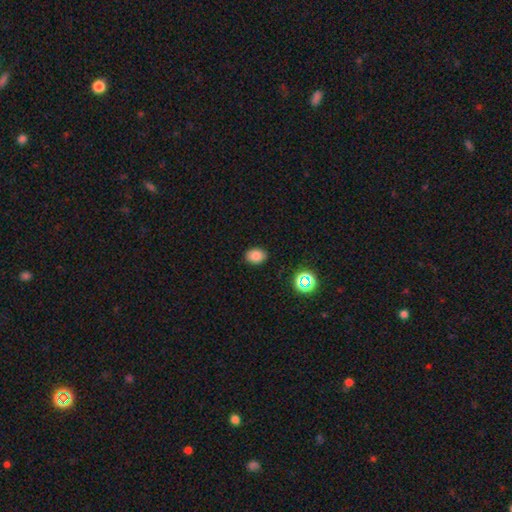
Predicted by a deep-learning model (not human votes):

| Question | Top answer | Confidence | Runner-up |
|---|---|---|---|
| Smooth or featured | smooth | 82% | star or artifact (12%) |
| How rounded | in between | 66% | round (33%) |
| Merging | none | 87% | minor disturbance (9%) |